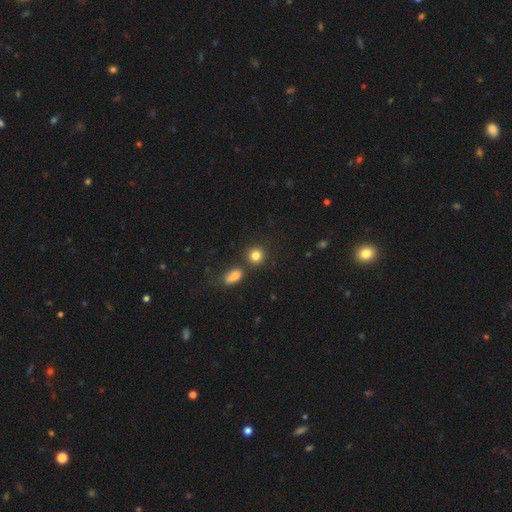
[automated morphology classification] This appears to be a smooth galaxy with no disk features (83%) that is round (86%). Merging: none (74%).